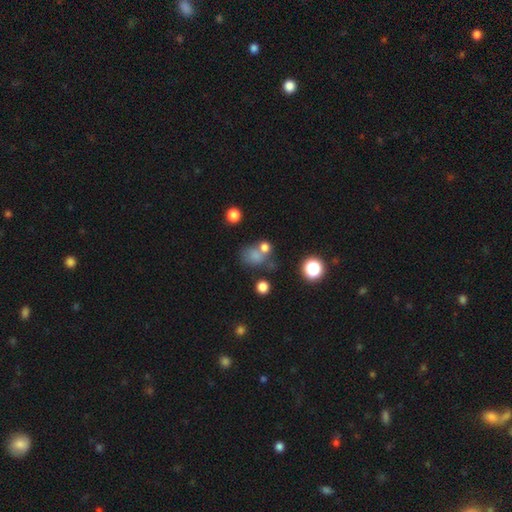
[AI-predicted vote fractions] A smooth galaxy with no disk features (70%) that is round (59%).

Vote fractions:
- Smooth or featured? smooth: 70% / star or artifact: 18% / featured or disk: 12%
- How rounded? round: 59% / in between: 40% / cigar-shaped: 1%
- Merging? none: 43% / merger: 31% / minor disturbance: 15% / major disturbance: 10%